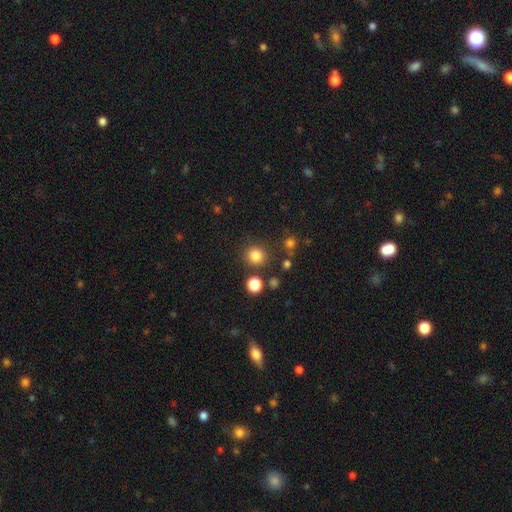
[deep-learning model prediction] smooth 82%, star or artifact 13%, featured or disk 5%. Down the decision tree: how rounded — round (90%); merging — none (84%).